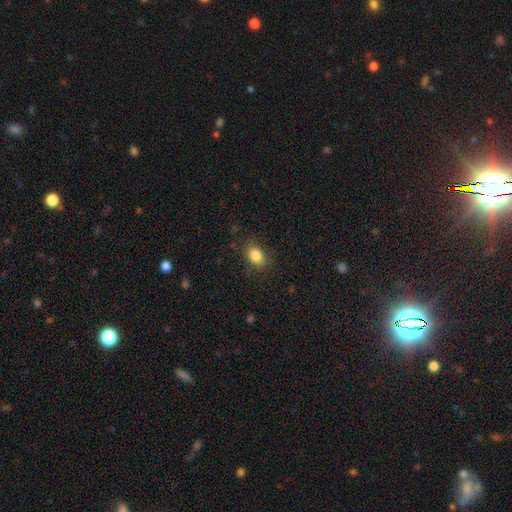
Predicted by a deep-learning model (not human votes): smooth_or_featured: smooth (p=0.84) [alt: star or artifact p=0.09]
how_rounded: in between (p=0.73) [alt: round p=0.26]
merging: none (p=0.82) [alt: minor disturbance p=0.13]